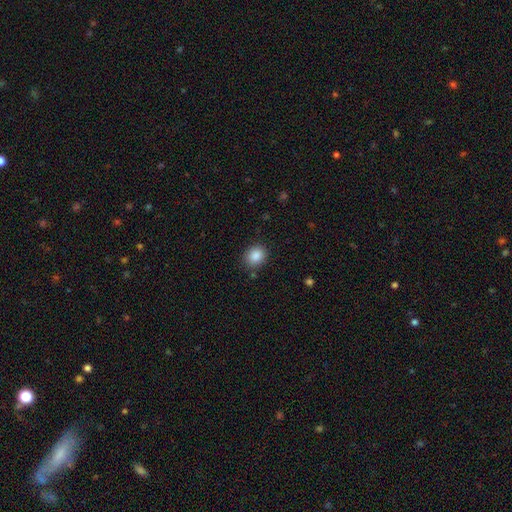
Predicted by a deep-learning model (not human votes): A smooth galaxy with no disk features (87%) that is round (63%).

Vote fractions:
- Smooth or featured? smooth: 87% / star or artifact: 9% / featured or disk: 4%
- How rounded? round: 63% / in between: 36% / cigar-shaped: 1%
- Merging? none: 85% / minor disturbance: 10% / major disturbance: 3% / merger: 2%